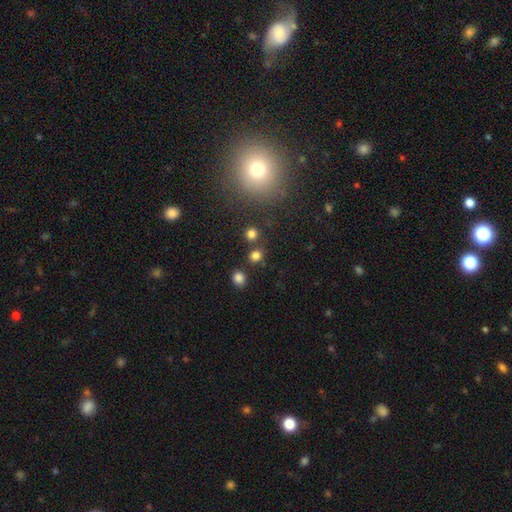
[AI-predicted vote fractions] Q: Smooth or featured?
A: smooth (79%); runner-up: star or artifact (16%)
Q: How rounded?
A: round (84%); runner-up: in between (15%)
Q: Merging?
A: none (76%); runner-up: merger (13%)